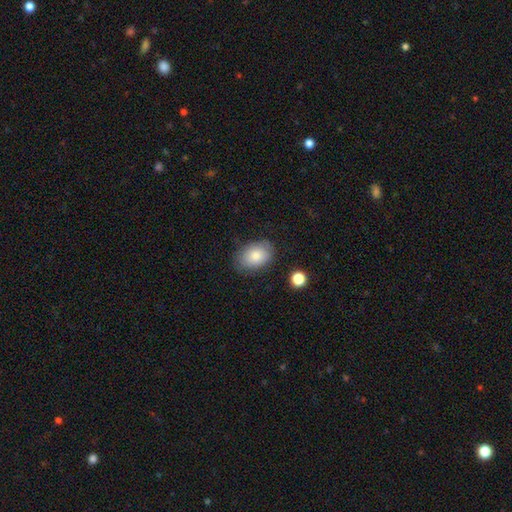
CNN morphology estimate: Q: Smooth or featured?
A: smooth (82%); runner-up: featured or disk (11%)
Q: How rounded?
A: in between (83%); runner-up: round (16%)
Q: Merging?
A: none (77%); runner-up: minor disturbance (16%)